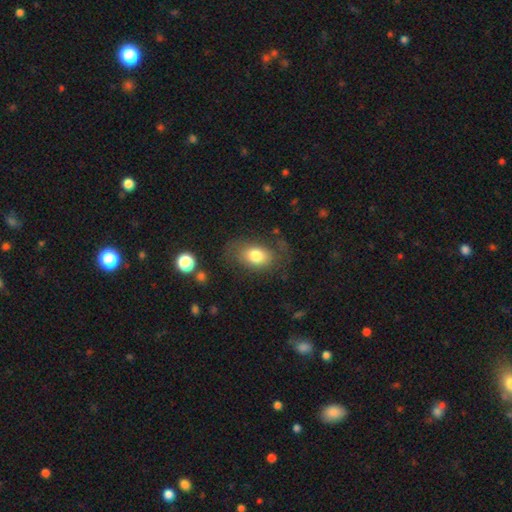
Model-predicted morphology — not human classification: A smooth galaxy with no disk features (75%) that is in between round and cigar-shaped (81%). Merging: none (65%).